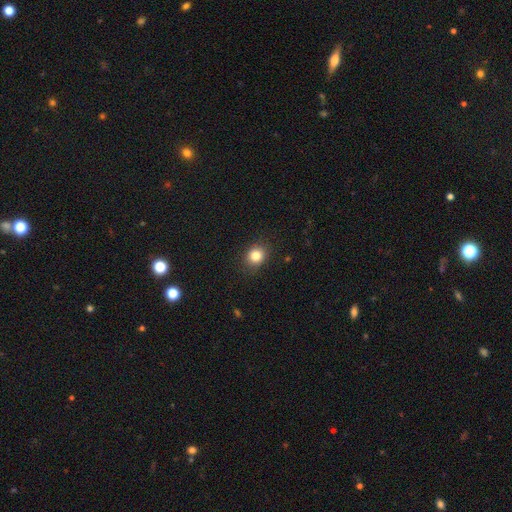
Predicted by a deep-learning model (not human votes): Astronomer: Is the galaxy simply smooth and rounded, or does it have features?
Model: smooth — 83%.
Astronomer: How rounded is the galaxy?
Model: round — 69%.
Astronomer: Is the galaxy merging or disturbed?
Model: none — 86%.